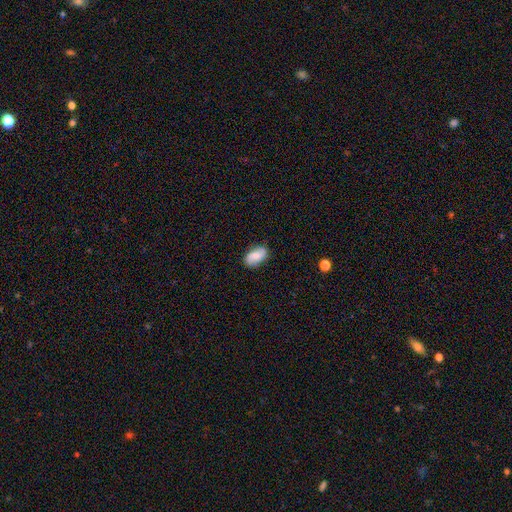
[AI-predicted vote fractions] Q: Smooth or featured?
A: smooth (55%); runner-up: featured or disk (37%)
Q: How rounded?
A: in between (92%); runner-up: round (6%)
Q: Merging?
A: none (82%); runner-up: minor disturbance (14%)